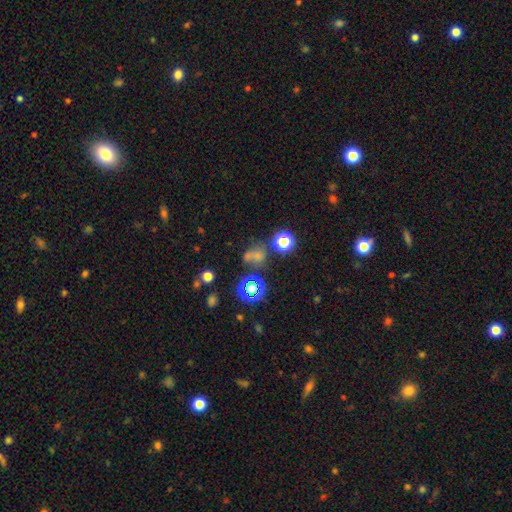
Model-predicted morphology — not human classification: type=smooth (50%); merging=none (45%).